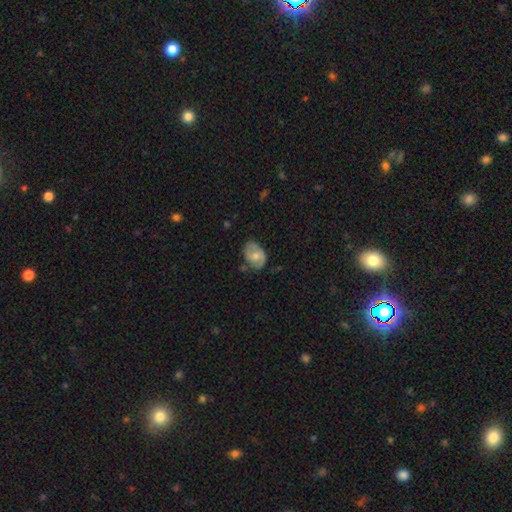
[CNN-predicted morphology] A featured or disk galaxy (48%). Merging: none (63%).